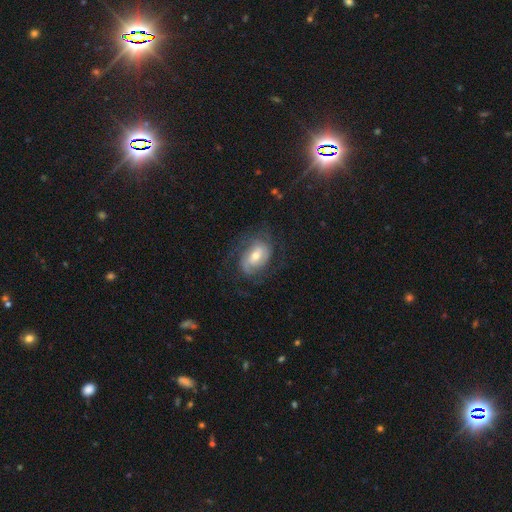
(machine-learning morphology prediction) Overall: featured or disk (75%). Edge-on disk: no (96%). Bar: weak (42%, tied with no). Spiral arms: yes (89%). Spiral arm count: 2 (39%; can't tell 30%). Spiral winding: tight (40%; medium 39%). Bulge size: moderate (62%; small 30%). Merging: none (64%).